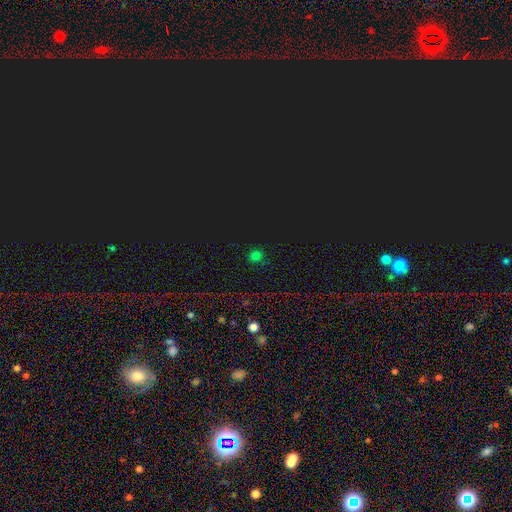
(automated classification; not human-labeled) Smooth or featured?
  - smooth: 49% *
  - star or artifact: 46%
  - featured or disk: 5%
Merging?
  - none: 81% *
  - minor disturbance: 12%
  - major disturbance: 4%
  - merger: 2%